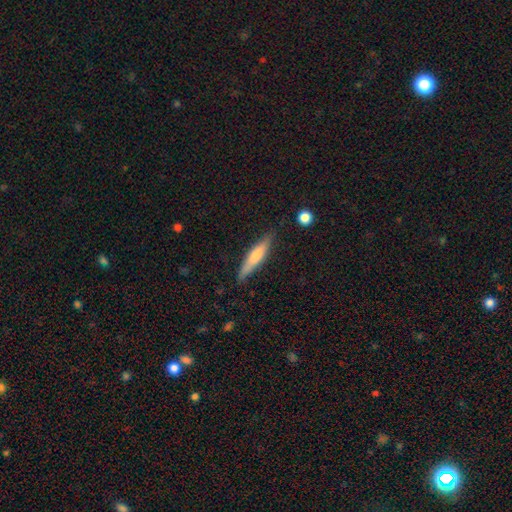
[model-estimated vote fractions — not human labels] Smooth or featured: smooth — 49% (featured or disk — 44%)
Merging: none — 85% (minor disturbance — 12%)